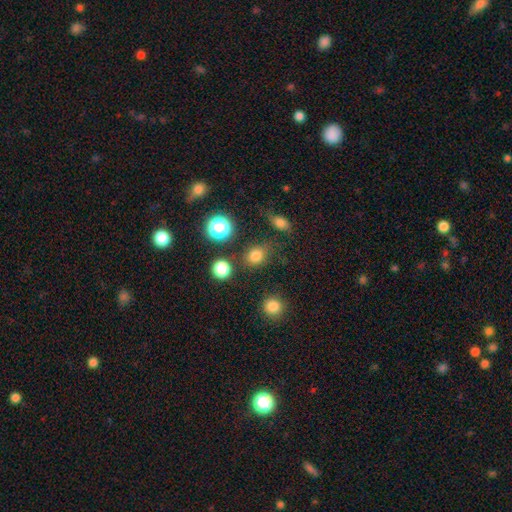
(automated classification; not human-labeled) This appears to be a smooth galaxy with no disk features (76%) that is round (60%). Merging: none (77%).